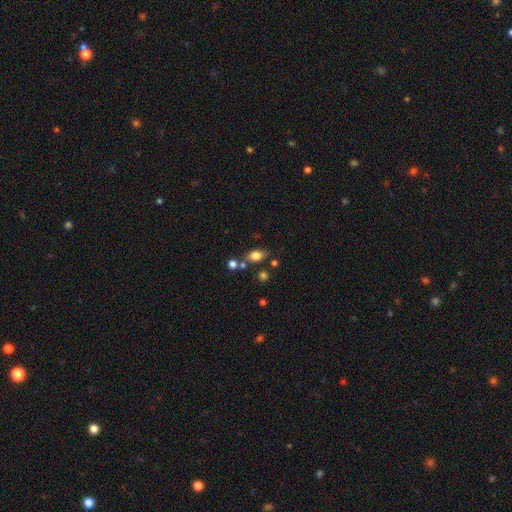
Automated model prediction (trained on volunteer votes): Smooth or featured?
  - smooth: 76% *
  - featured or disk: 12%
  - star or artifact: 12%
How rounded?
  - in between: 75% *
  - round: 20%
  - cigar-shaped: 5%
Merging?
  - none: 67% *
  - minor disturbance: 14%
  - merger: 14%
  - major disturbance: 5%